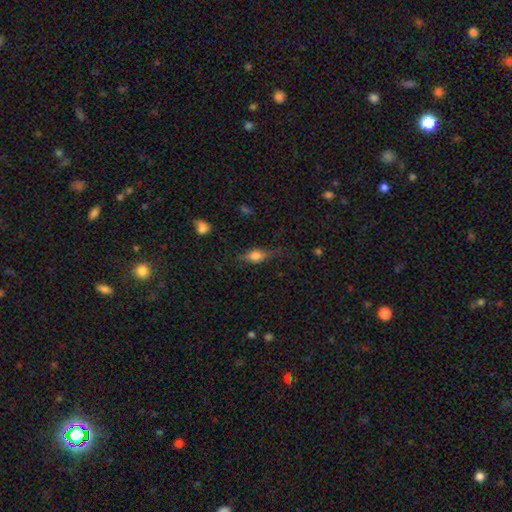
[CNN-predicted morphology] Q: Smooth or featured?
A: smooth (52%); runner-up: featured or disk (38%)
Q: How rounded?
A: in between (63%); runner-up: cigar-shaped (24%)
Q: Merging?
A: none (69%); runner-up: minor disturbance (20%)